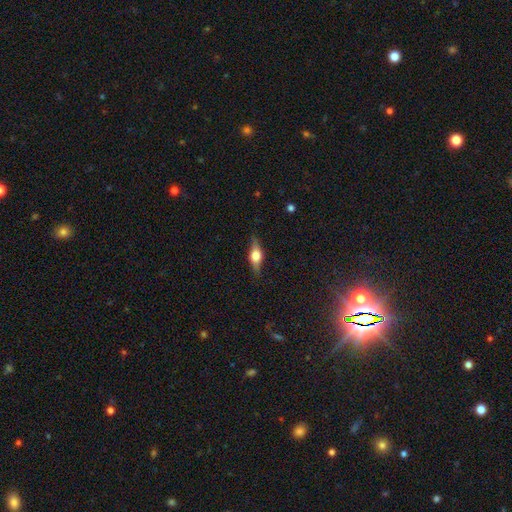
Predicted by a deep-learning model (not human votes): smooth_or_featured: featured or disk (p=0.55) [alt: smooth p=0.37]
disk_edge_on: yes (p=0.93) [alt: no p=0.07]
edge_on_bulge: rounded (p=0.92) [alt: boxy p=0.06]
merging: none (p=0.82) [alt: minor disturbance p=0.13]